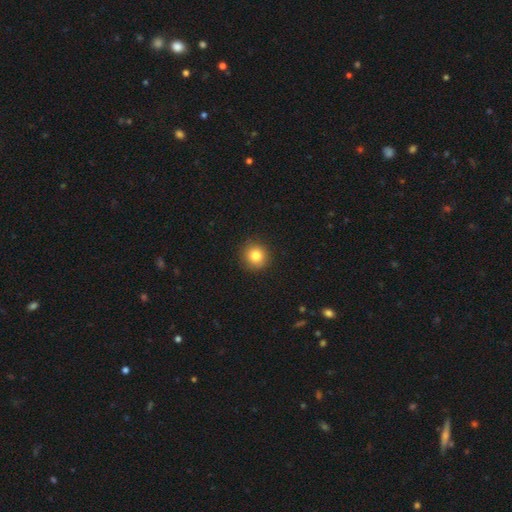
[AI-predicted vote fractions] This is clearly a smooth galaxy (82%). How rounded: clearly round (94%). Merging: clearly none (91%).